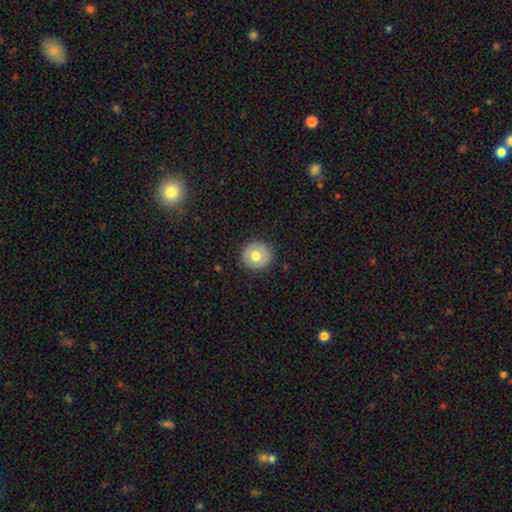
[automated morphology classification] smooth 68%, featured or disk 24%, star or artifact 8%. Down the decision tree: how rounded — round (92%); merging — none (89%).